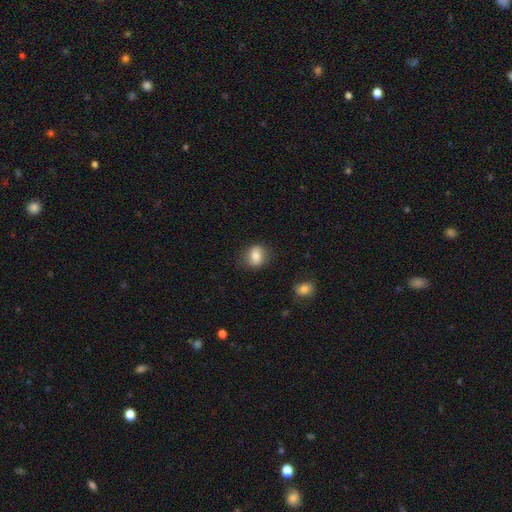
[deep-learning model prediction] A smooth galaxy with no disk features (72%) that is in between round and cigar-shaped (51%). Merging: none (79%).